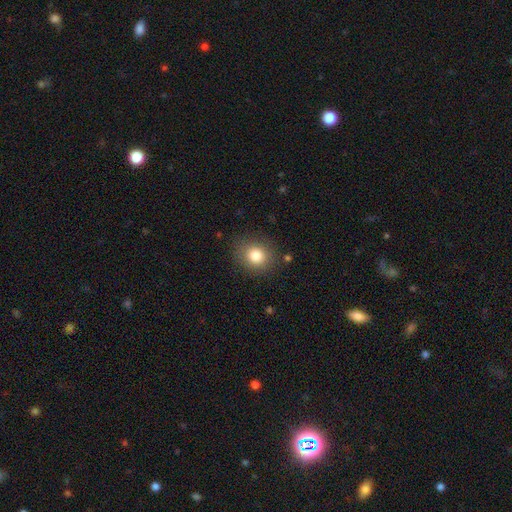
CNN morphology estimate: Smooth or featured: smooth — 81% (star or artifact — 11%)
How rounded: round — 79% (in between — 21%)
Merging: none — 85% (minor disturbance — 10%)